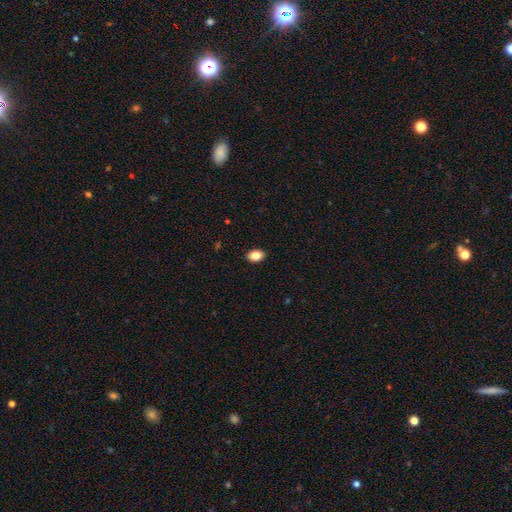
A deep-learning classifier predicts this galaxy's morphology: smooth 86%, star or artifact 8%, featured or disk 5%. Down the decision tree: how rounded — in between (84%); merging — none (89%).